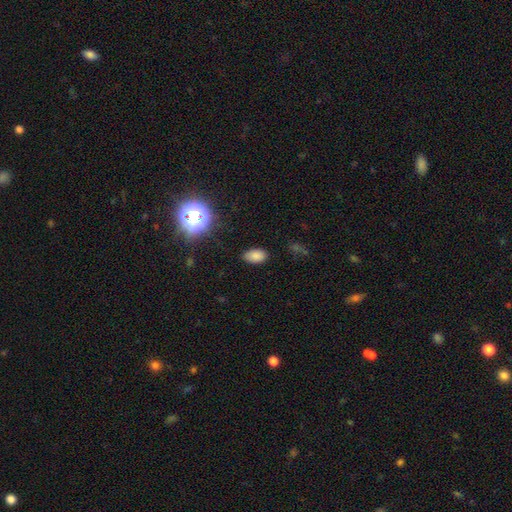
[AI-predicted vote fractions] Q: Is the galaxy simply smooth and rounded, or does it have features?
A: smooth — 79%.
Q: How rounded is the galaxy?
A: in between — 91%.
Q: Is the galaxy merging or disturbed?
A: none — 83%.